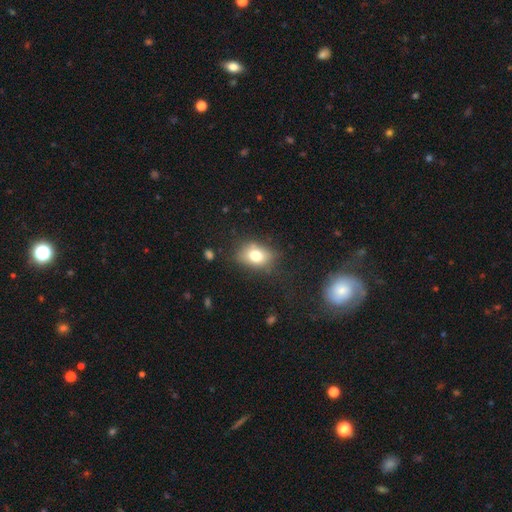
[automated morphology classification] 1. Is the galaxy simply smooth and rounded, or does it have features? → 75% smooth, 14% featured or disk, 10% star or artifact.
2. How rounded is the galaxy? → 73% in between, 26% round, 1% cigar-shaped.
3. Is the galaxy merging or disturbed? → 73% none, 19% minor disturbance, 6% major disturbance, 2% merger.